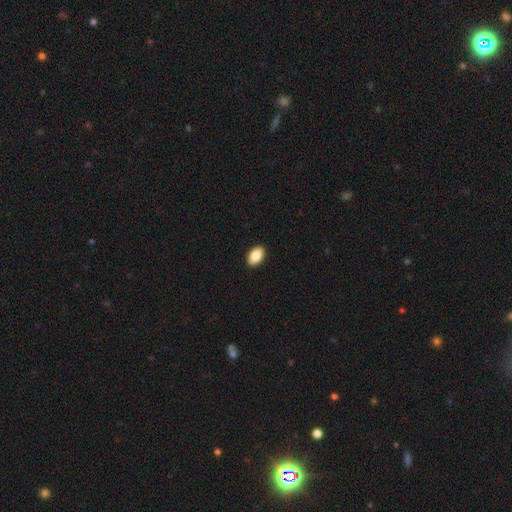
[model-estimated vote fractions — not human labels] A smooth galaxy with no disk features (88%) that is in between round and cigar-shaped (93%). Merging: none (91%).